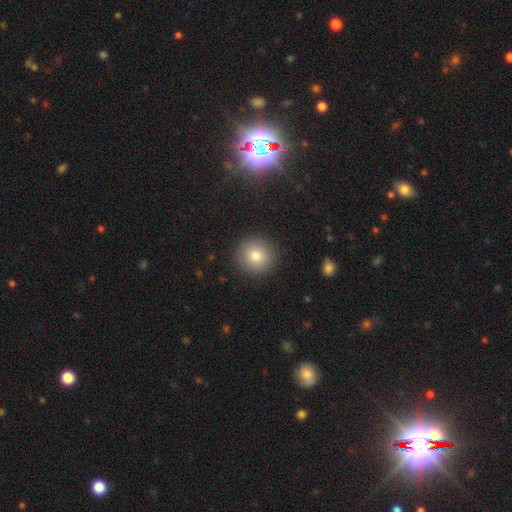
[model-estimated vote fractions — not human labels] A smooth galaxy with no disk features (80%) that is round (94%).

Vote fractions:
- Smooth or featured? smooth: 80% / star or artifact: 11% / featured or disk: 9%
- How rounded? round: 94% / in between: 5% / cigar-shaped: 1%
- Merging? none: 90% / minor disturbance: 6% / major disturbance: 2% / merger: 1%